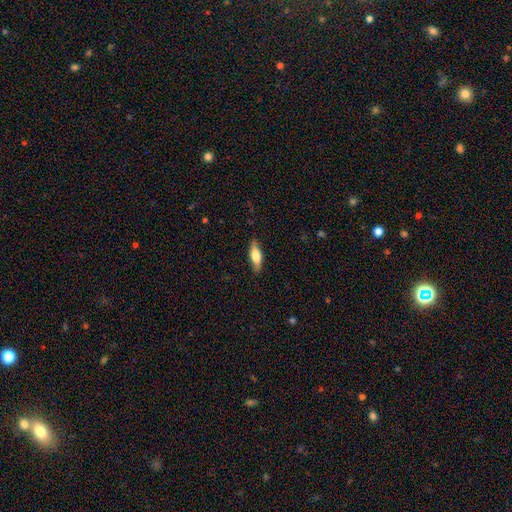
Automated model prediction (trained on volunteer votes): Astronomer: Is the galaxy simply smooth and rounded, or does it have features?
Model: smooth — 61%.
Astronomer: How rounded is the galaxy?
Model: in between — 57% (runner-up: cigar-shaped, 41%).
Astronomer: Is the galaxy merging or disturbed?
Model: none — 84%.